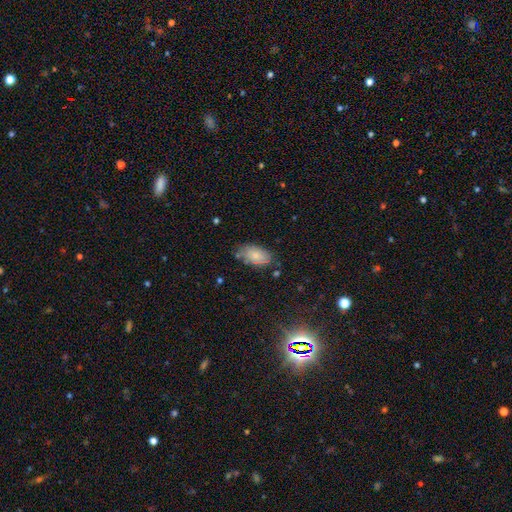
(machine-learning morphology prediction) The model was most divided on "merging": none: 71%, minor disturbance: 21%, major disturbance: 5%, merger: 4%. More confident: how rounded — in between (94%); smooth or featured — smooth (80%).